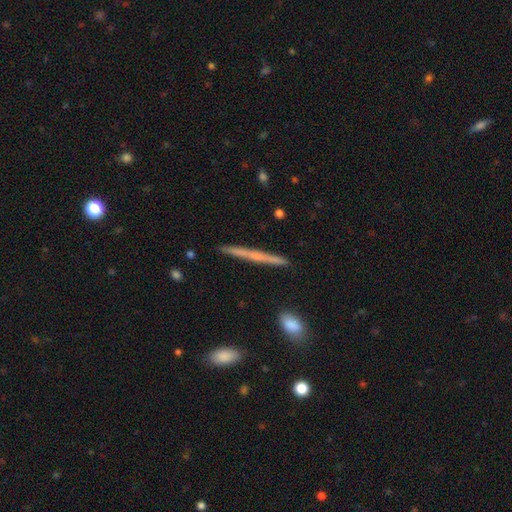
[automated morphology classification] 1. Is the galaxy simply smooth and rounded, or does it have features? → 49% featured or disk, 43% smooth, 8% star or artifact.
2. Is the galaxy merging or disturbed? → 90% none, 7% minor disturbance, 1% merger, 1% major disturbance.